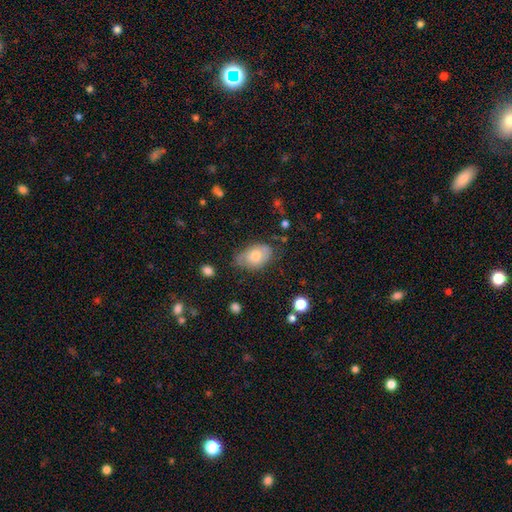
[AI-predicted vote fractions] smooth_or_featured: smooth (p=0.68) [alt: featured or disk p=0.25]
how_rounded: in between (p=0.87) [alt: round p=0.12]
merging: none (p=0.59) [alt: minor disturbance p=0.30]